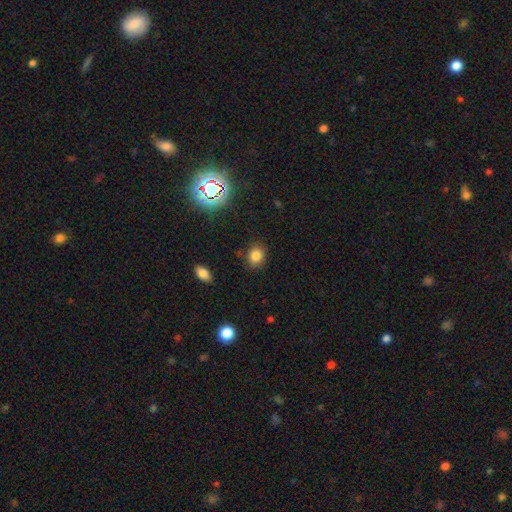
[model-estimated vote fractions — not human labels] Smooth or featured? Predicted: smooth (p=0.82). How rounded? Predicted: round (p=0.62). Merging? Predicted: none (p=0.86).